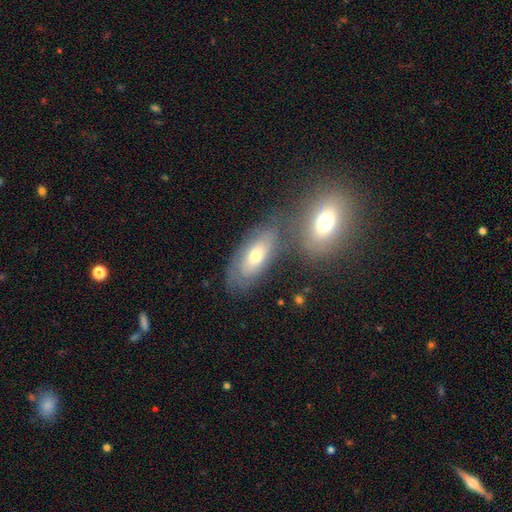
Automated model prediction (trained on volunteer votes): smooth_or_featured: smooth (p=0.47) [alt: featured or disk p=0.43]
merging: none (p=0.61) [alt: merger p=0.19]